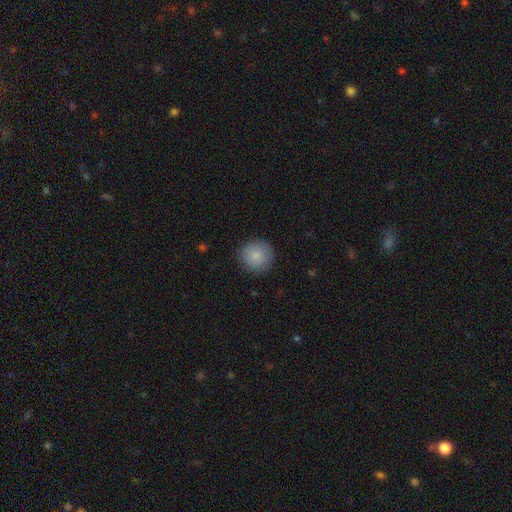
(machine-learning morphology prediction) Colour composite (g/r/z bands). It shows a smooth galaxy with no disk features (87%) that is round (94%). Merging: none (90%).